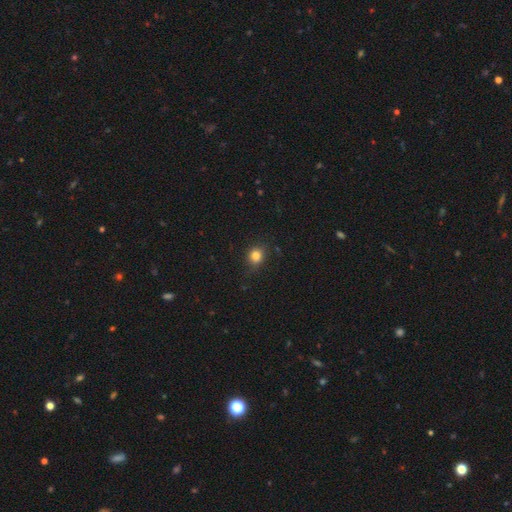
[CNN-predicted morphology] Smooth or featured: smooth — 82% (star or artifact — 13%)
How rounded: round — 79% (in between — 20%)
Merging: none — 83% (minor disturbance — 13%)